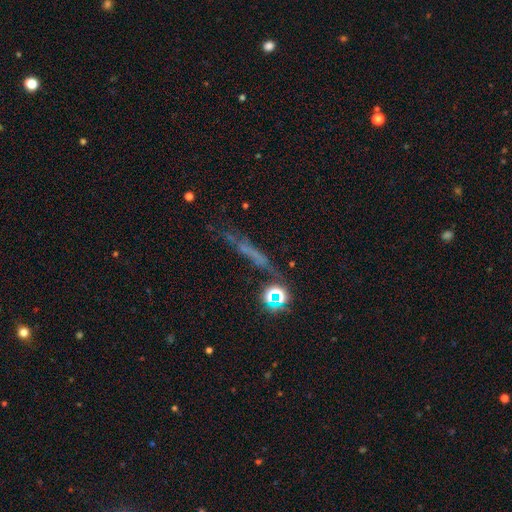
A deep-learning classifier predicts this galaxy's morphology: Smooth or featured?
  - smooth: 35% *
  - star or artifact: 34%
  - featured or disk: 31%
Merging?
  - none: 59% *
  - minor disturbance: 18%
  - major disturbance: 14%
  - merger: 8%